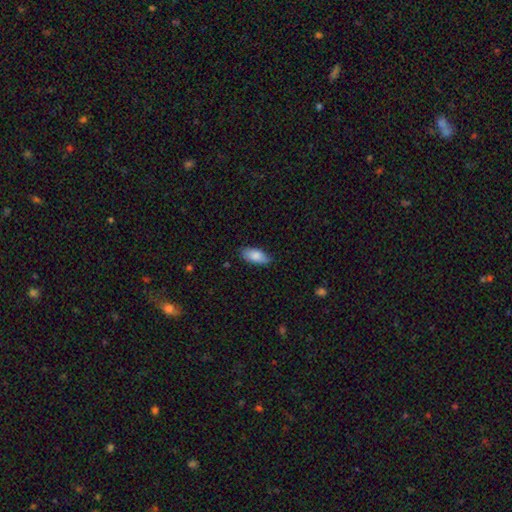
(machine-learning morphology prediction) Smooth or featured?
  - smooth: 85% *
  - featured or disk: 9%
  - star or artifact: 6%
How rounded?
  - in between: 87% *
  - cigar-shaped: 11%
  - round: 2%
Merging?
  - none: 81% *
  - minor disturbance: 16%
  - major disturbance: 2%
  - merger: 1%